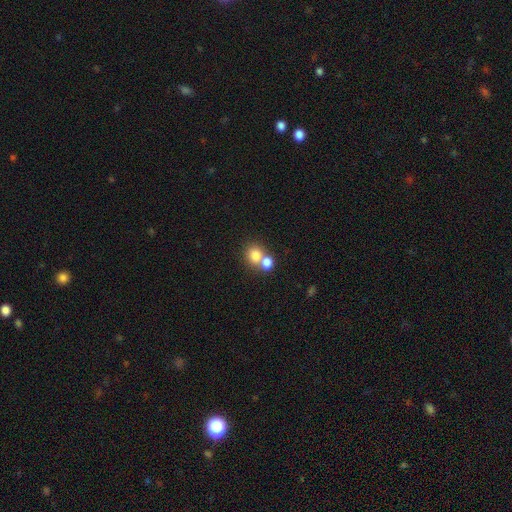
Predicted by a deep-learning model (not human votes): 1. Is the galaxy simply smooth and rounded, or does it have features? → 78% smooth, 11% featured or disk, 11% star or artifact.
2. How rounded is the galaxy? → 73% round, 26% in between, 1% cigar-shaped.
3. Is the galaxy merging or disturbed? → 55% merger, 36% none, 6% minor disturbance, 3% major disturbance.